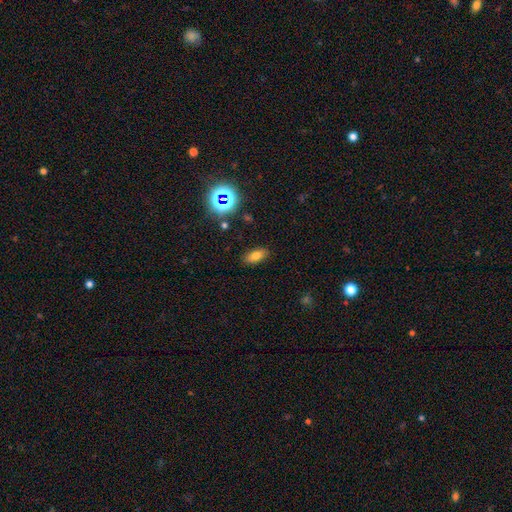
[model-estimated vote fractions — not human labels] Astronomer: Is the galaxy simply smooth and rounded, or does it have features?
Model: smooth — 71%.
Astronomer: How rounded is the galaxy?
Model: in between — 82%.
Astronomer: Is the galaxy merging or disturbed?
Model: none — 87%.